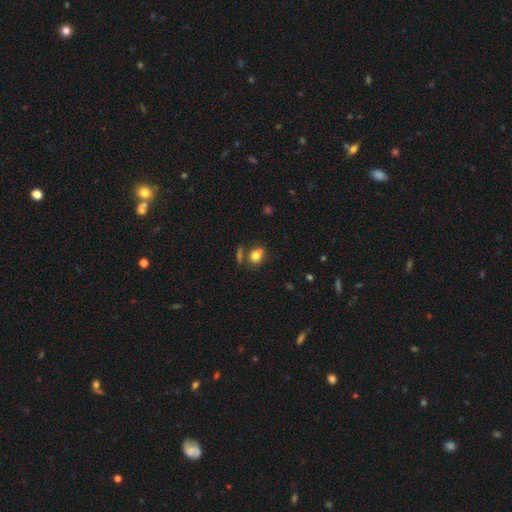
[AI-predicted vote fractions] Morphology: type=smooth (76%); roundness=round (59%); merging=none (54%).